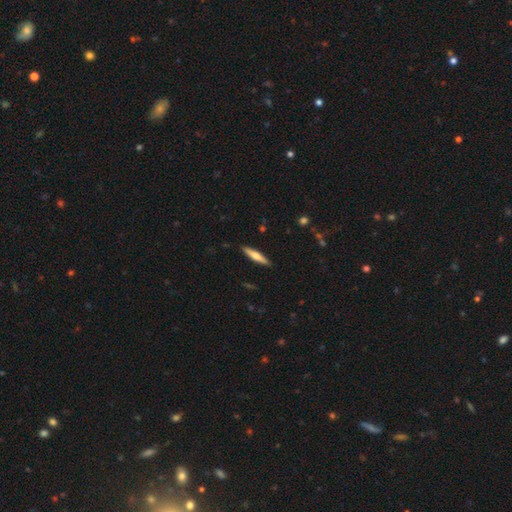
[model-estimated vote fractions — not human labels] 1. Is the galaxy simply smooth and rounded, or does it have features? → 52% smooth, 42% featured or disk, 6% star or artifact.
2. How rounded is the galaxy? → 87% cigar-shaped, 12% in between, 2% round.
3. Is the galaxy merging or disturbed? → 90% none, 7% minor disturbance, 2% major disturbance, 1% merger.